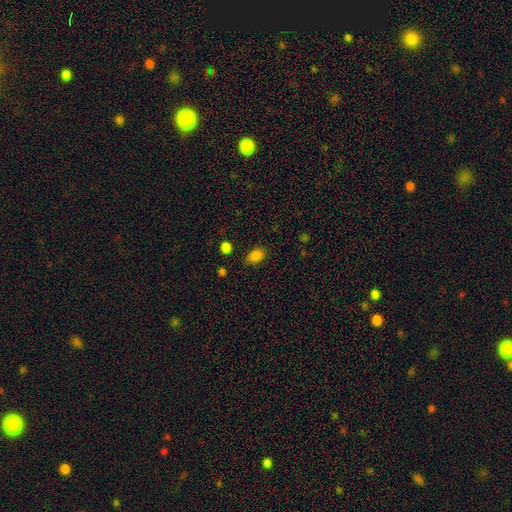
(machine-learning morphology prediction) A smooth galaxy with no disk features (84%) that is in between round and cigar-shaped (82%).

Vote fractions:
- Smooth or featured? smooth: 84% / star or artifact: 12% / featured or disk: 5%
- How rounded? in between: 82% / round: 16% / cigar-shaped: 2%
- Merging? none: 79% / minor disturbance: 15% / major disturbance: 3% / merger: 2%